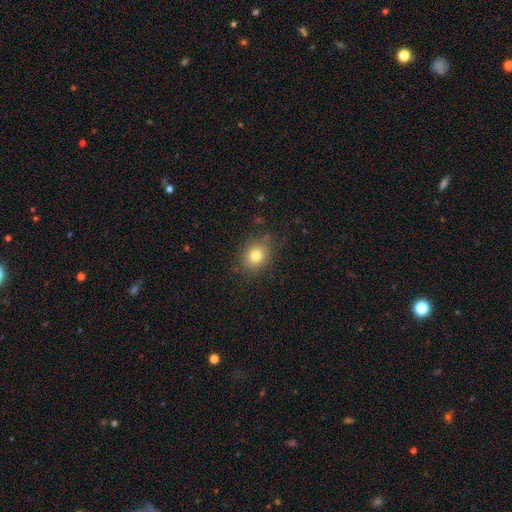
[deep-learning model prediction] A smooth galaxy with no disk features (79%) that is round (65%).

Vote fractions:
- Smooth or featured? smooth: 79% / star or artifact: 11% / featured or disk: 10%
- How rounded? round: 65% / in between: 34% / cigar-shaped: 1%
- Merging? none: 80% / minor disturbance: 14% / major disturbance: 4% / merger: 2%